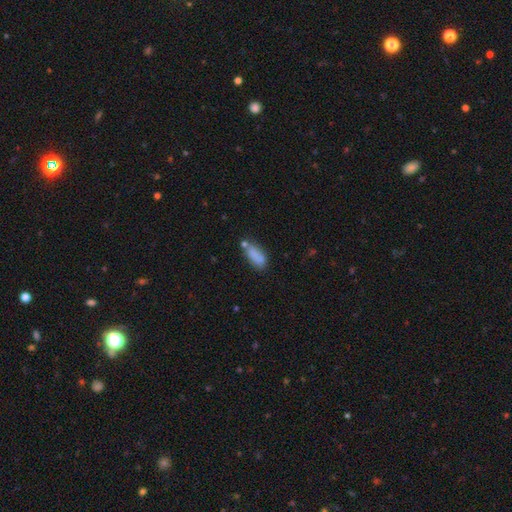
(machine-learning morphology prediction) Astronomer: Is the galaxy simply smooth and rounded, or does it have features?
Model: smooth — 80%.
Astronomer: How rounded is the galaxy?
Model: in between — 75%.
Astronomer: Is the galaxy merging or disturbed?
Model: none — 55%.